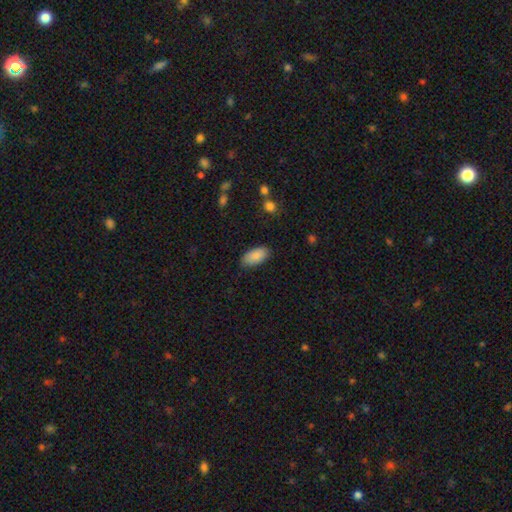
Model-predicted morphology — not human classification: Smooth or featured: smooth — 89% (star or artifact — 6%)
How rounded: in between — 93% (cigar-shaped — 5%)
Merging: none — 85% (minor disturbance — 11%)